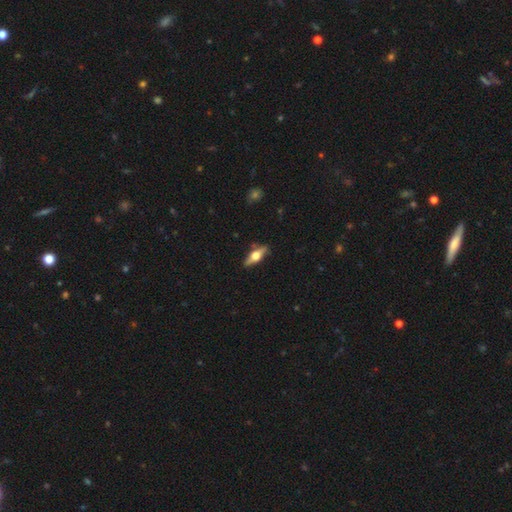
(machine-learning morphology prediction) type=featured or disk (62%); edge-on=yes (93%); edge-on bulge=rounded (95%); merging=none (84%).